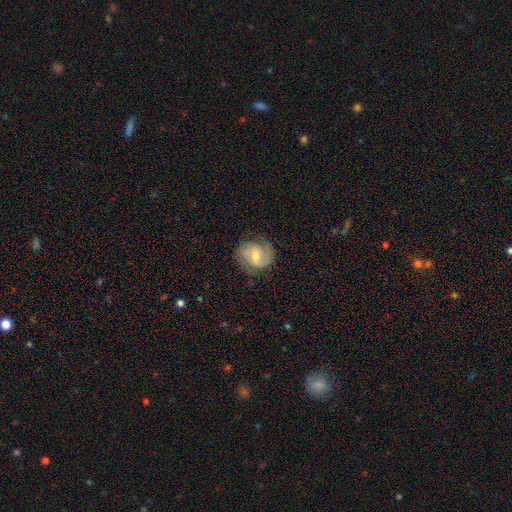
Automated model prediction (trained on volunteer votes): smooth-or-featured: featured or disk: 74% | smooth: 20% | star or artifact: 6%
  disk-edge-on: no: 98% | yes: 2%
    bar: weak: 57% | no: 28% | strong: 15%
    has-spiral-arms: yes: 94% | no: 6%
      spiral-winding: medium: 49% | loose: 27% | tight: 24%
      spiral-arm-count: 2: 83% | can't tell: 8% | 1: 4% | 3: 2% | 4: 1% | more than 4: 1%
    bulge-size: small: 47% (tied) | moderate: 47% (tied) | none: 3% | large: 3% | dominant: 1%
  merging: none: 71% | minor disturbance: 20% | major disturbance: 8% | merger: 1%